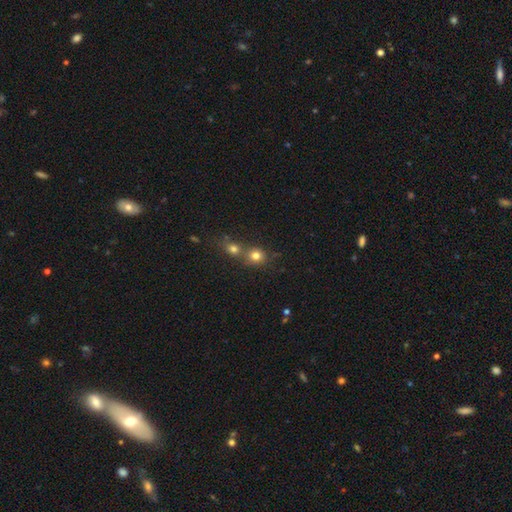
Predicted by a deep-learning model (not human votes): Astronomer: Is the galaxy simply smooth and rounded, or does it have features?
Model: smooth — 77%.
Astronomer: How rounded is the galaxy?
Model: round — 82%.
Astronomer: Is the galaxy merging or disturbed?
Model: none — 46% (runner-up: merger, 44%).